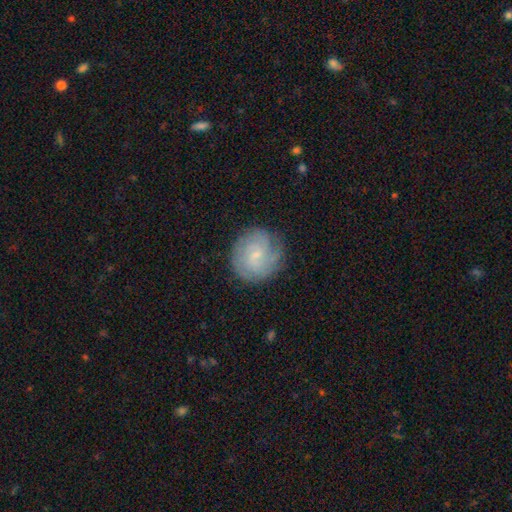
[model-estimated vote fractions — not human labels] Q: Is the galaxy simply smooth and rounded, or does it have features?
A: featured or disk — 60%.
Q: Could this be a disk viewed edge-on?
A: no — 98%.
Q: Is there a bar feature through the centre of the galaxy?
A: no — 57%.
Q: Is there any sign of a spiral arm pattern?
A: yes — 89%.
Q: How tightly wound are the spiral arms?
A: tight — 59%.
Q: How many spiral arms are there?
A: can't tell — 44%.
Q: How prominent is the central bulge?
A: small — 72%.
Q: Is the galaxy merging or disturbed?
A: none — 77%.